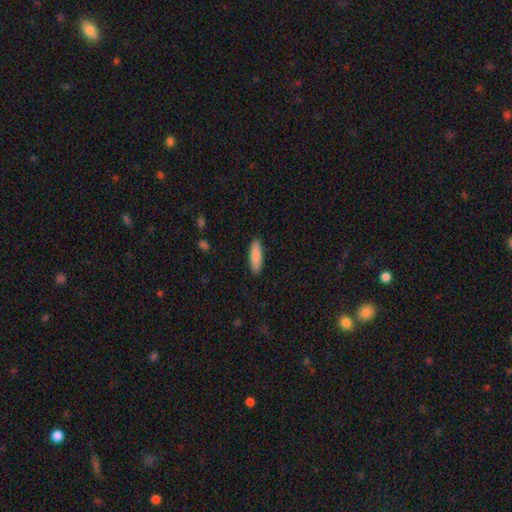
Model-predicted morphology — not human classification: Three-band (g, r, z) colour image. It shows a smooth galaxy with no disk features (88%) that is cigar-shaped (52%). Merging: none (90%).